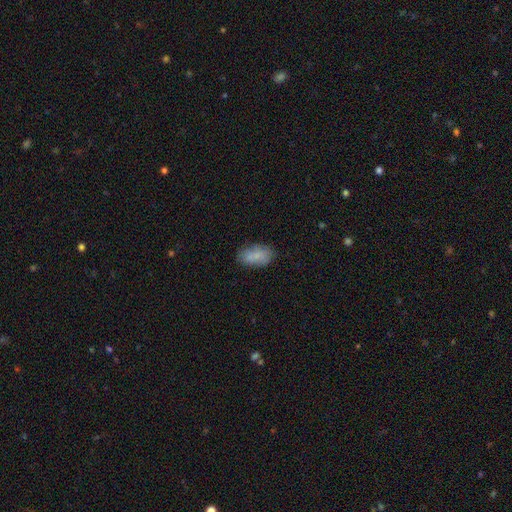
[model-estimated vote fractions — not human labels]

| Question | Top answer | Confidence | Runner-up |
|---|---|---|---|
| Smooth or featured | smooth | 75% | featured or disk (17%) |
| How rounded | in between | 90% | round (7%) |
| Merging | none | 64% | minor disturbance (20%) |